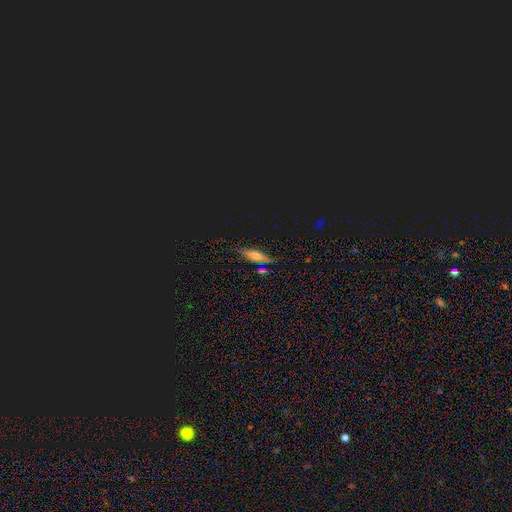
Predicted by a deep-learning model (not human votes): A smooth galaxy with no disk features (57%) that is in between round and cigar-shaped (49%).

Vote fractions:
- Smooth or featured? smooth: 57% / featured or disk: 26% / star or artifact: 17%
- How rounded? in between: 49% / cigar-shaped: 46% / round: 5%
- Merging? none: 78% / minor disturbance: 14% / merger: 5% / major disturbance: 4%